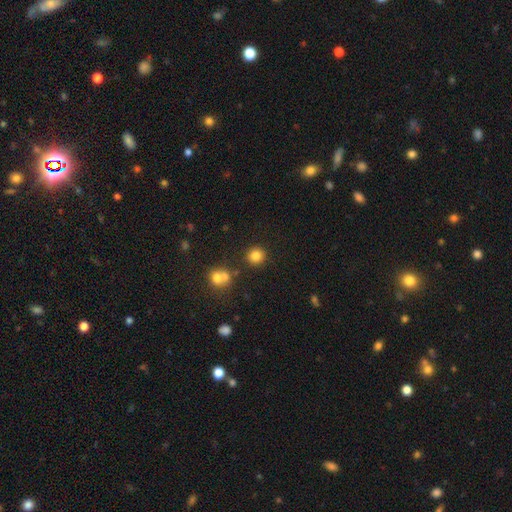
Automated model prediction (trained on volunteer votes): Overall: smooth (82%). How rounded: round (91%). Merging: none (85%).